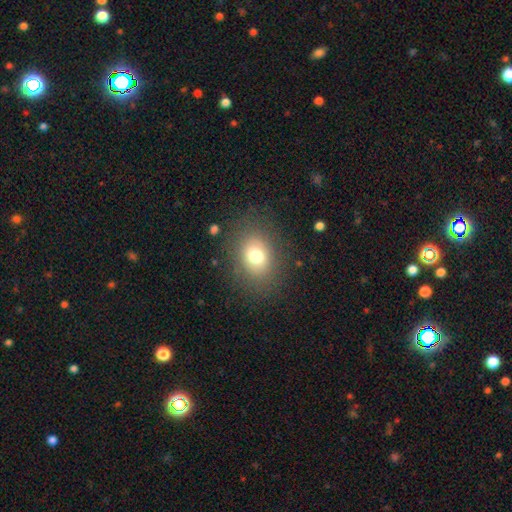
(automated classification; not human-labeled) Q: Smooth or featured?
A: smooth (72%); runner-up: featured or disk (15%)
Q: How rounded?
A: in between (57%); runner-up: round (42%)
Q: Merging?
A: none (80%); runner-up: minor disturbance (12%)